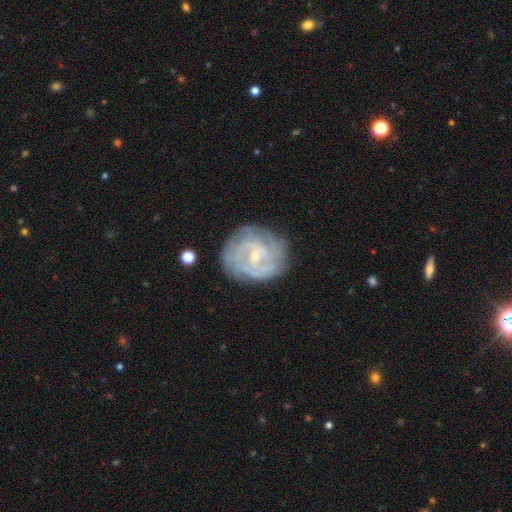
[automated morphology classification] A featured or disk galaxy (78%) with no bar (51%), tight (62%) spiral arms (87%) and a small central bulge (73%). Merging: none (75%).